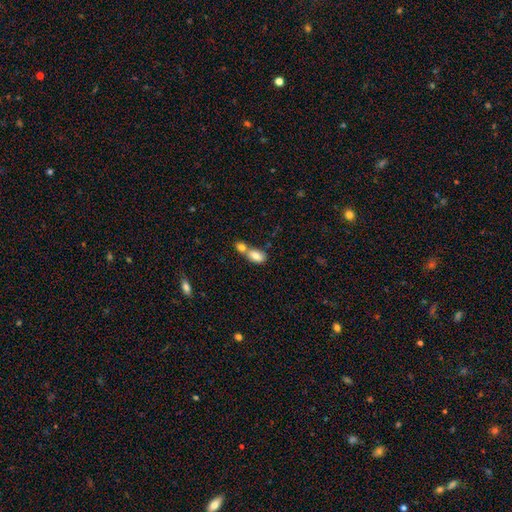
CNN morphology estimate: Smooth or featured? smooth (78%)
How rounded? in between (86%)
Merging? merger (64%)